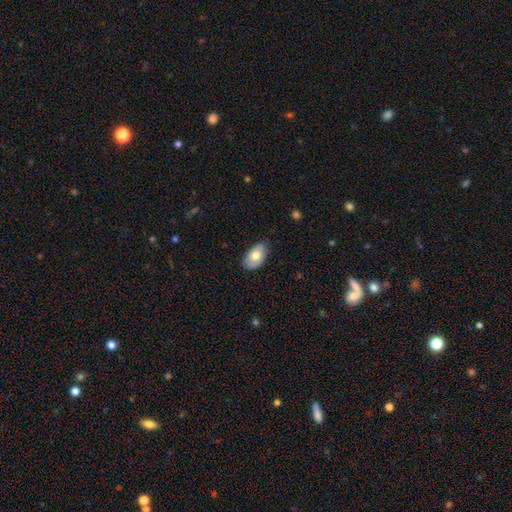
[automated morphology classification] Overall: smooth (69%). How rounded: in between (93%). Merging: none (77%).